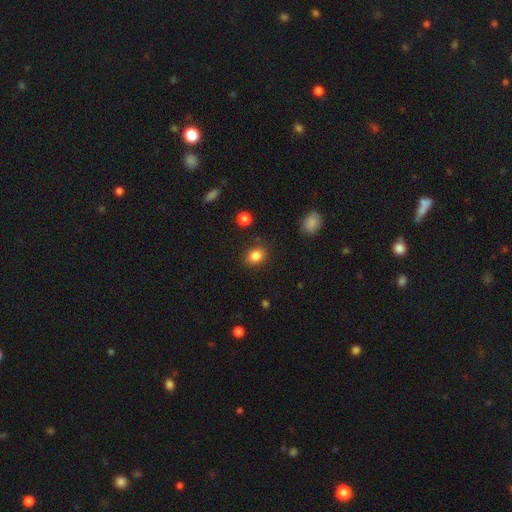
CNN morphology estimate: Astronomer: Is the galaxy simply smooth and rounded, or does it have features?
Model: smooth — 84%.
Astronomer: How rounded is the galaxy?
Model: in between — 53% (runner-up: round, 46%).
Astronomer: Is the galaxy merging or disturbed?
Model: none — 85%.